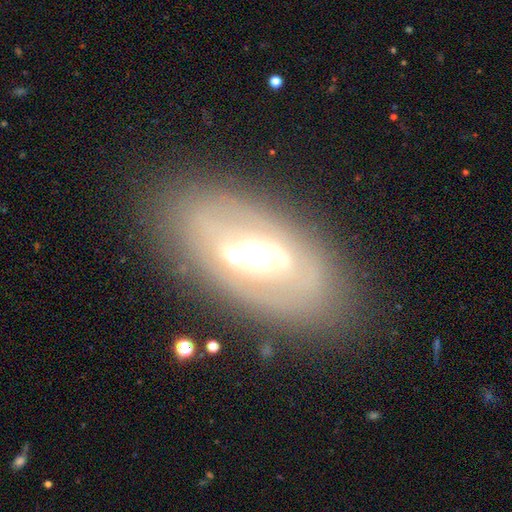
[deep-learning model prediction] Overall: featured or disk (64%; smooth 26%). Edge-on disk: no (86%). Bar: no (57%; weak 25%). Spiral arms: no (76%). Bulge size: moderate (58%; large 25%). Merging: none (76%).